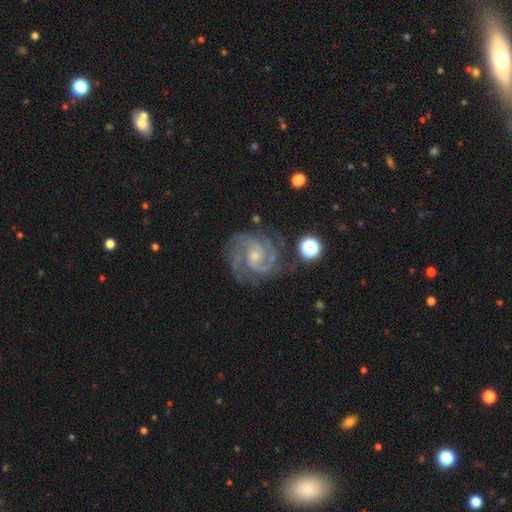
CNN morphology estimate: smooth_or_featured: featured or disk (p=0.91) [alt: star or artifact p=0.05]
disk_edge_on: no (p=0.98) [alt: yes p=0.02]
bar: no (p=0.60) [alt: weak p=0.33]
has_spiral_arms: yes (p=0.98) [alt: no p=0.02]
spiral_winding: tight (p=0.49) [alt: medium p=0.45]
spiral_arm_count: 2 (p=0.54) [alt: 3 p=0.26]
bulge_size: small (p=0.69) [alt: moderate p=0.25]
merging: none (p=0.72) [alt: minor disturbance p=0.17]